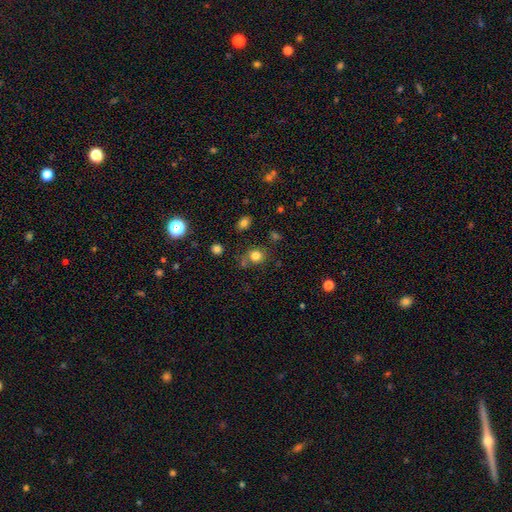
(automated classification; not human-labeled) Smooth or featured? Predicted: smooth (p=0.80). How rounded? Predicted: round (p=0.77). Merging? Predicted: none (p=0.68).